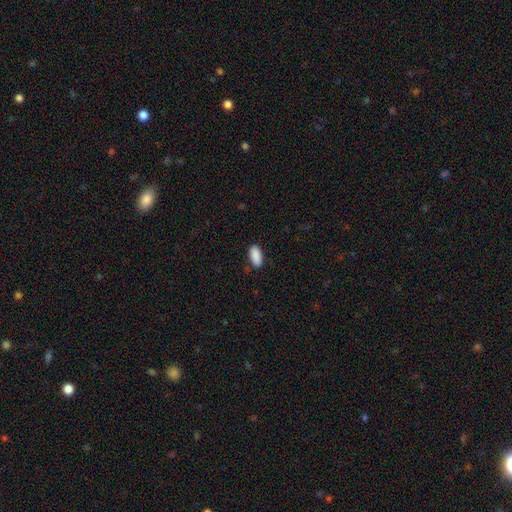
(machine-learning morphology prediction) type=smooth (90%); roundness=in between (92%); merging=none (84%).